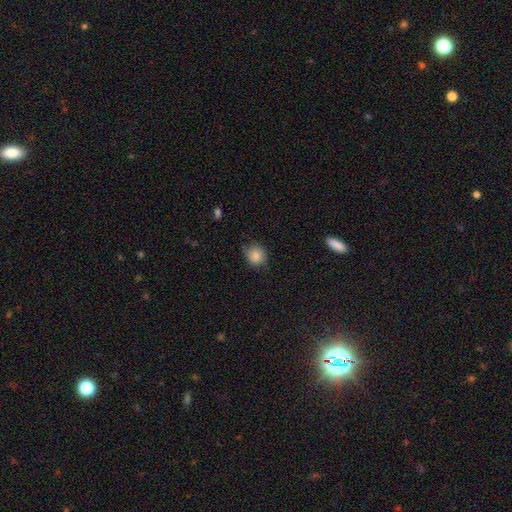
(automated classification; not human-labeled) A smooth galaxy with no disk features (84%) that is round (77%). Merging: none (71%).